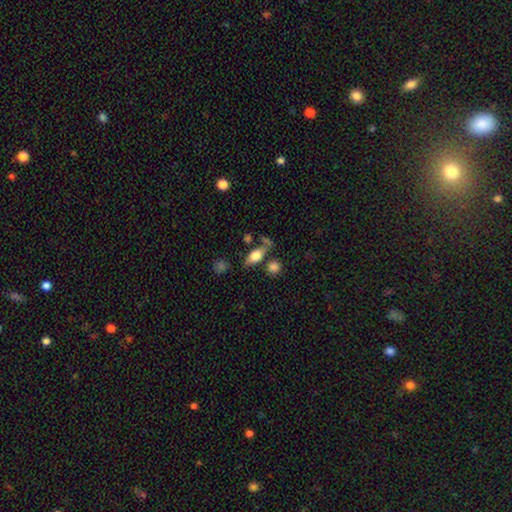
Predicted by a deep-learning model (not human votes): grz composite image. It shows a smooth galaxy with no disk features (63%) that is in between round and cigar-shaped (74%). Merging: none (65%).